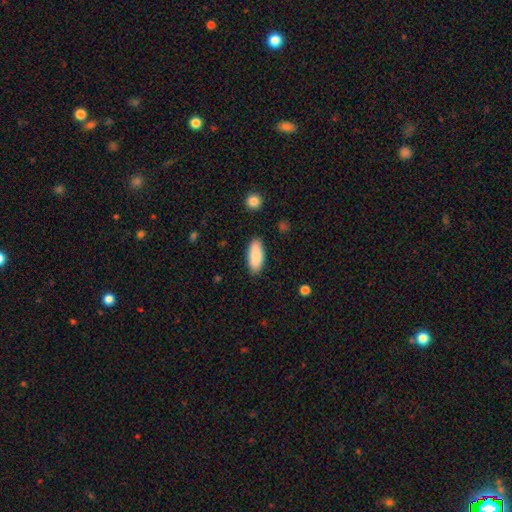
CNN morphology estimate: The model was most divided on "how rounded": in between: 84%, cigar-shaped: 14%, round: 2%. More confident: smooth or featured — smooth (88%); merging — none (87%).